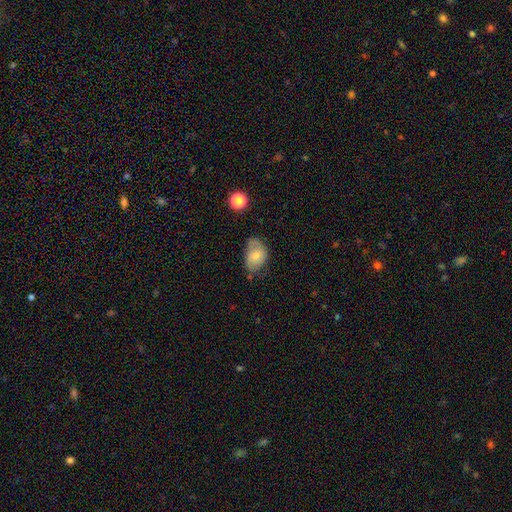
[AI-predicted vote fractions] The model was most divided on "merging": none: 47%, minor disturbance: 37%, major disturbance: 12%, merger: 4%. More confident: how rounded — in between (84%); smooth or featured — smooth (71%).